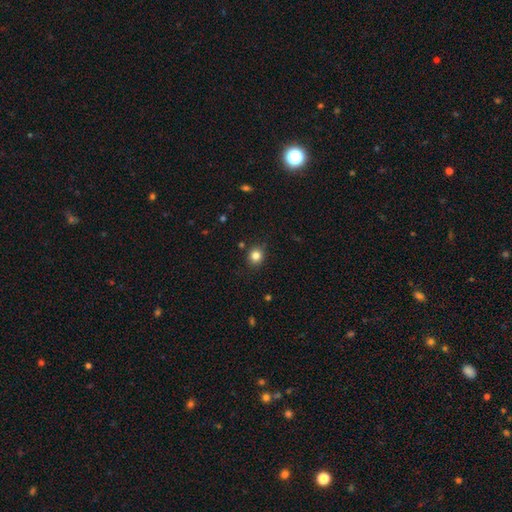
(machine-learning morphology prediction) The model was most divided on "how rounded": round: 83%, in between: 16%, cigar-shaped: 1%. More confident: merging — none (87%); smooth or featured — smooth (83%).